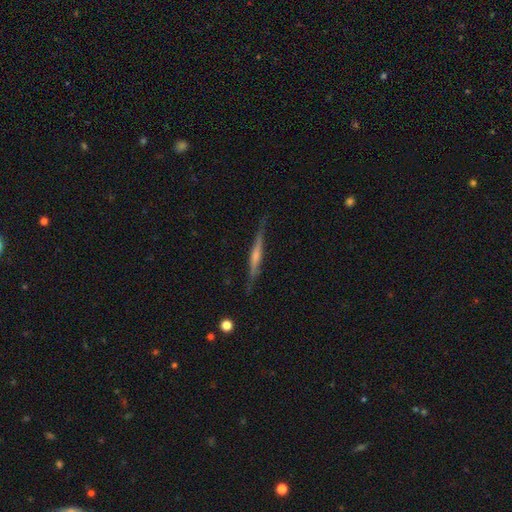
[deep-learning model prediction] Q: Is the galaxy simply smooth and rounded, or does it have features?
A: featured or disk — 69%.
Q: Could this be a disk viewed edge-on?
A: yes — 97%.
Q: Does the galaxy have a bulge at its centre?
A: rounded — 52%.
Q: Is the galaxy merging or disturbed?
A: none — 83%.